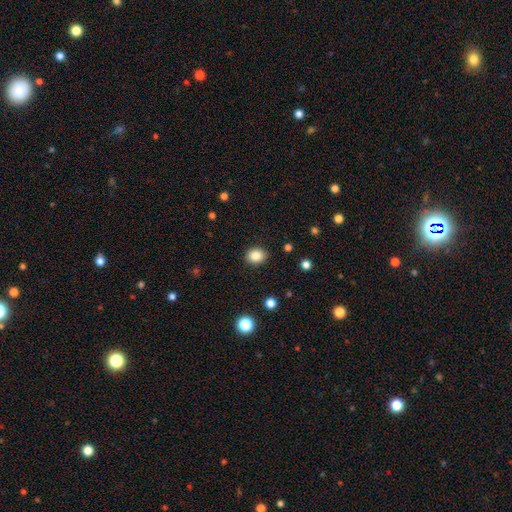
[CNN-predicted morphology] This is clearly a smooth galaxy (85%). How rounded: possibly round (53%). Merging: clearly none (88%).